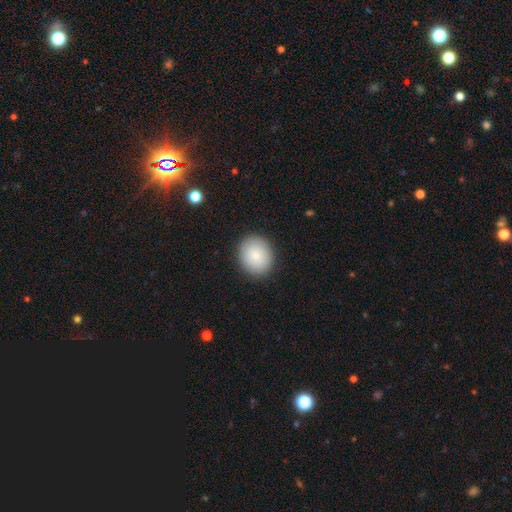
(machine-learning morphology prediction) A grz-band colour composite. It shows a smooth galaxy with no disk features (85%) that is round (73%). Merging: none (89%).